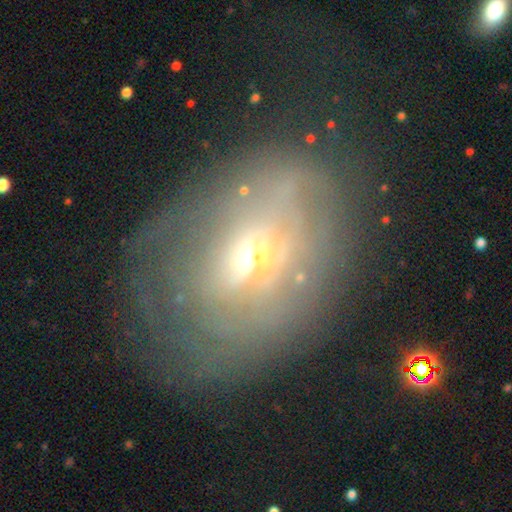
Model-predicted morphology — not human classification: smooth_or_featured: featured or disk (p=0.58) [alt: smooth p=0.27]
disk_edge_on: no (p=0.83) [alt: yes p=0.17]
merging: none (p=0.40) [alt: major disturbance p=0.32]